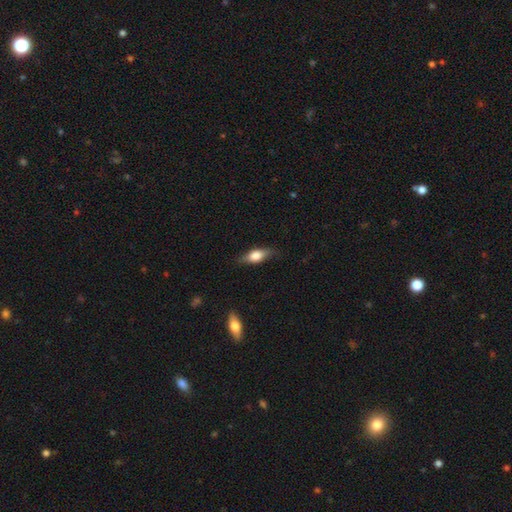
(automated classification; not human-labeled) smooth_or_featured: smooth (p=0.58) [alt: featured or disk p=0.35]
how_rounded: in between (p=0.69) [alt: cigar-shaped p=0.25]
merging: none (p=0.78) [alt: minor disturbance p=0.17]